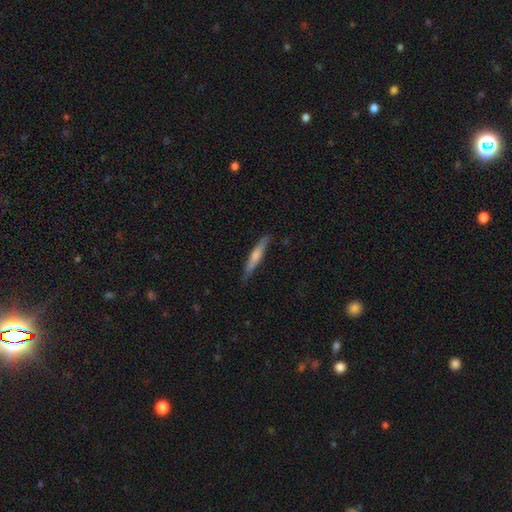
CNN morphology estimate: A smooth galaxy with no disk features (56%) that is cigar-shaped (93%). Merging: none (82%).